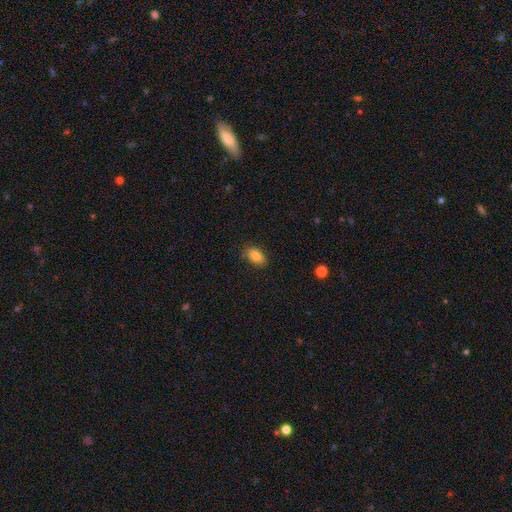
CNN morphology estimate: A smooth galaxy with no disk features (84%) that is in between round and cigar-shaped (88%).

Vote fractions:
- Smooth or featured? smooth: 84% / star or artifact: 9% / featured or disk: 7%
- How rounded? in between: 88% / round: 9% / cigar-shaped: 3%
- Merging? none: 84% / minor disturbance: 13% / major disturbance: 3% / merger: 1%